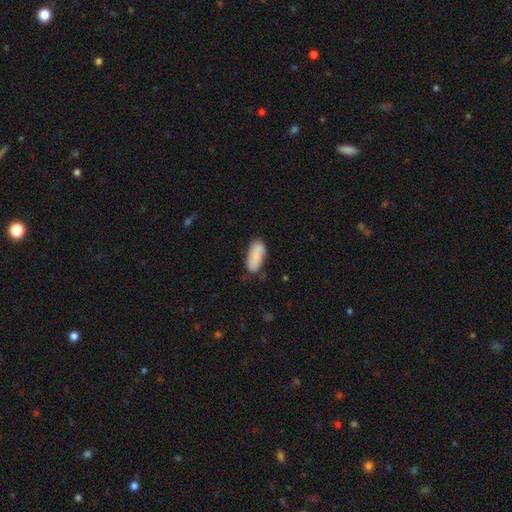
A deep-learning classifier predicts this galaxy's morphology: Q: Smooth or featured?
A: smooth (83%); runner-up: featured or disk (11%)
Q: How rounded?
A: in between (86%); runner-up: cigar-shaped (12%)
Q: Merging?
A: none (75%); runner-up: minor disturbance (19%)